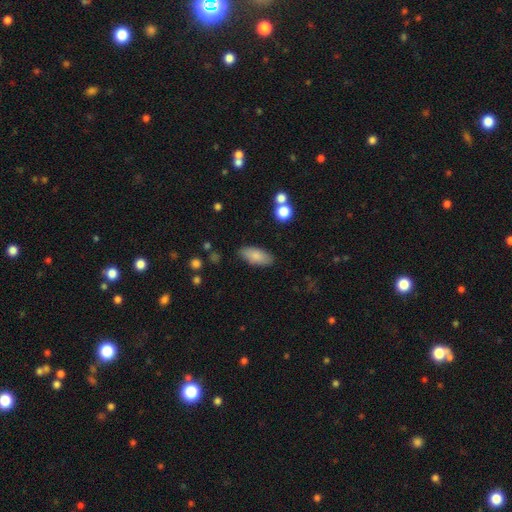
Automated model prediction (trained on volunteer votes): Smooth or featured? Predicted: smooth (p=0.83). How rounded? Predicted: in between (p=0.87). Merging? Predicted: none (p=0.84).